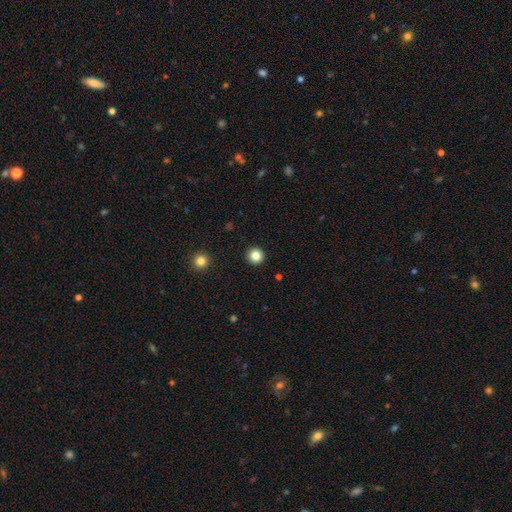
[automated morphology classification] smooth 83%, star or artifact 12%, featured or disk 5%. Down the decision tree: how rounded — round (96%); merging — none (93%).